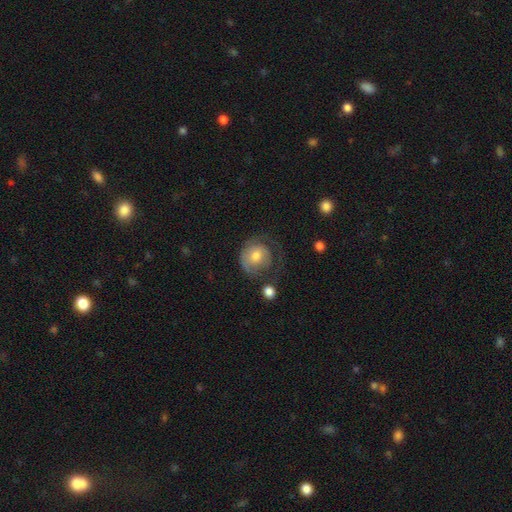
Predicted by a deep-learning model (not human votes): A smooth galaxy with no disk features (50%) that is round (79%). Merging: none (39%).